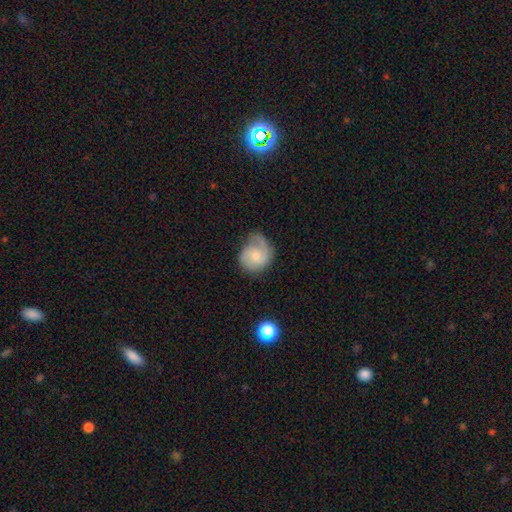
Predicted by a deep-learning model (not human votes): Smooth or featured?
  - featured or disk: 60% *
  - smooth: 33%
  - star or artifact: 7%
Edge-on disk?
  - no: 98% *
  - yes: 2%
Bar?
  - no: 69% *
  - weak: 28%
  - strong: 3%
Spiral arms?
  - yes: 91% *
  - no: 9%
Spiral winding?
  - medium: 42% *
  - tight: 35%
  - loose: 23%
Spiral arm count?
  - 2: 44% *
  - 1: 40%
  - can't tell: 11%
  - 3: 3%
  - 4: 1%
  - more than 4: 1%
Bulge size?
  - small: 52% *
  - moderate: 31%
  - none: 12%
  - large: 4%
  - dominant: 1%
Merging?
  - none: 51% *
  - minor disturbance: 29%
  - major disturbance: 18%
  - merger: 2%